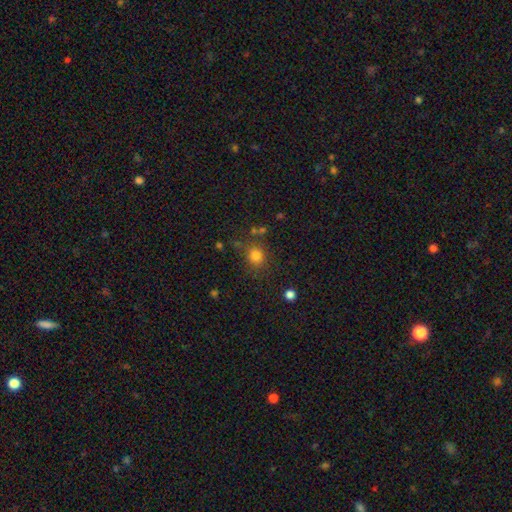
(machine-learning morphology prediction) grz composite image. It shows a smooth galaxy with no disk features (79%) that is round (80%). Merging: none (77%).